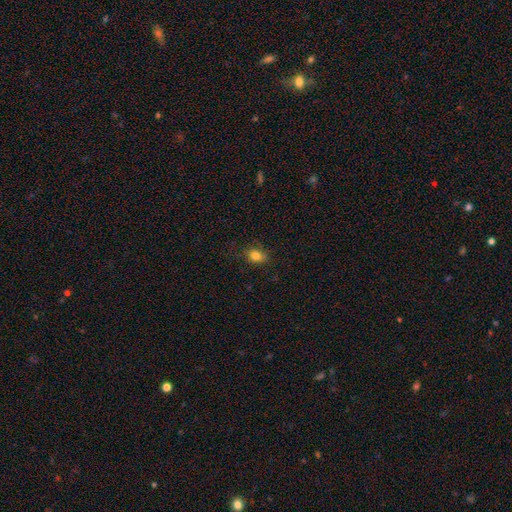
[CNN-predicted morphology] smooth 82%, star or artifact 11%, featured or disk 7%. Down the decision tree: how rounded — in between (60%); merging — none (78%).